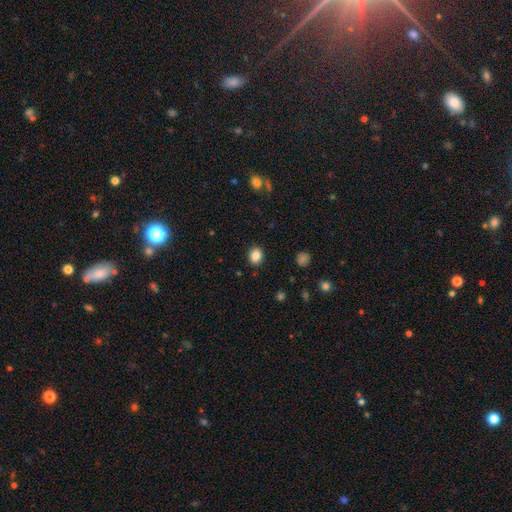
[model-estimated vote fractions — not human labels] Smooth or featured? Predicted: smooth (p=0.84). How rounded? Predicted: round (p=0.58). Merging? Predicted: none (p=0.90).